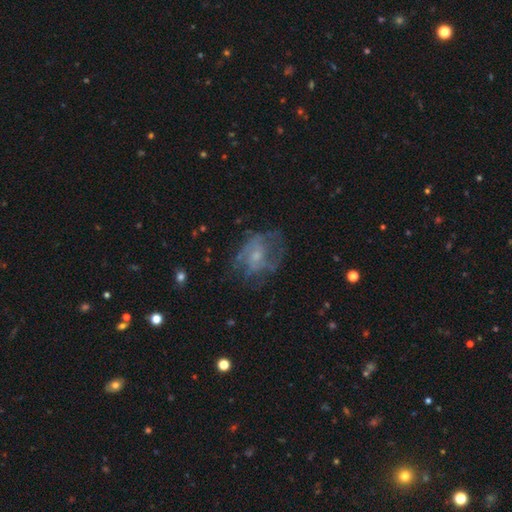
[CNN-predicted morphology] smooth_or_featured: featured or disk (p=0.62) [alt: smooth p=0.26]
disk_edge_on: no (p=0.97) [alt: yes p=0.03]
bar: no (p=0.74) [alt: weak p=0.22]
has_spiral_arms: yes (p=0.52) [alt: no p=0.48]
bulge_size: small (p=0.57) [alt: moderate p=0.28]
merging: none (p=0.52) [alt: major disturbance p=0.25]